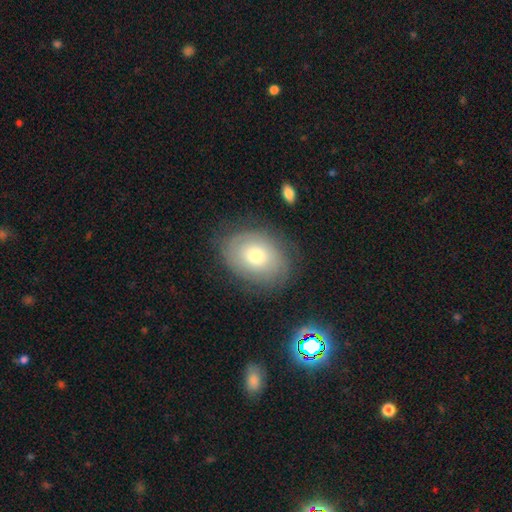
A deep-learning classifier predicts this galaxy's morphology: smooth-or-featured: smooth: 49% | featured or disk: 40% | star or artifact: 10%
  merging: none: 77% | minor disturbance: 15% | major disturbance: 6% | merger: 2%